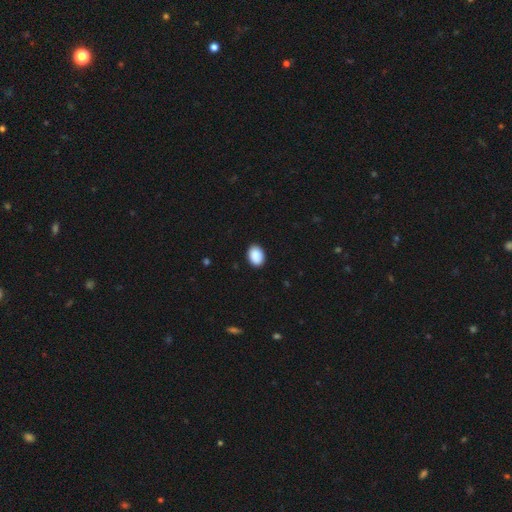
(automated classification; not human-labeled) Overall: smooth (91%). How rounded: in between (76%). Merging: none (90%).